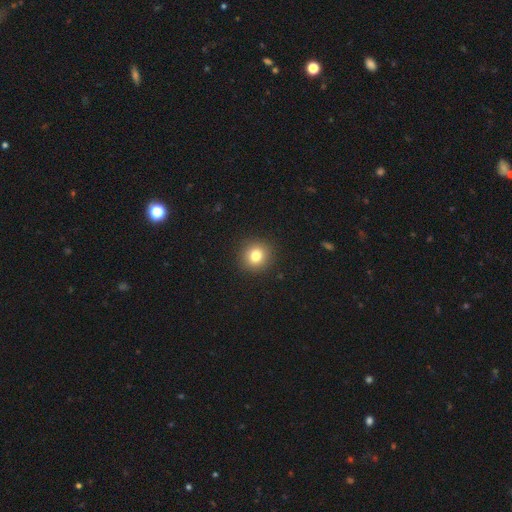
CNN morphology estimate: Overall: smooth (81%). How rounded: round (89%). Merging: none (92%).